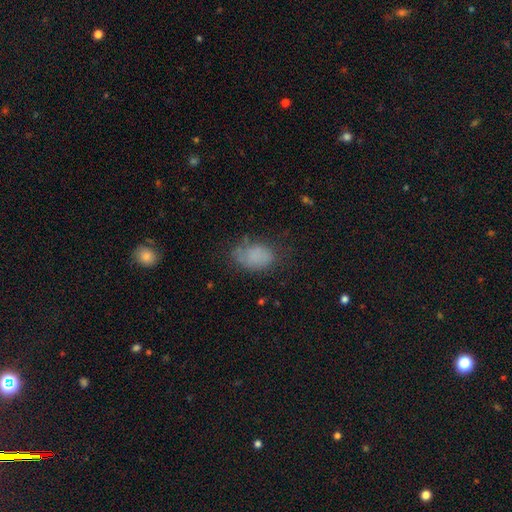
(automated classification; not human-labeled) Smooth or featured? Predicted: smooth (p=0.75). How rounded? Predicted: in between (p=0.83). Merging? Predicted: none (p=0.56).